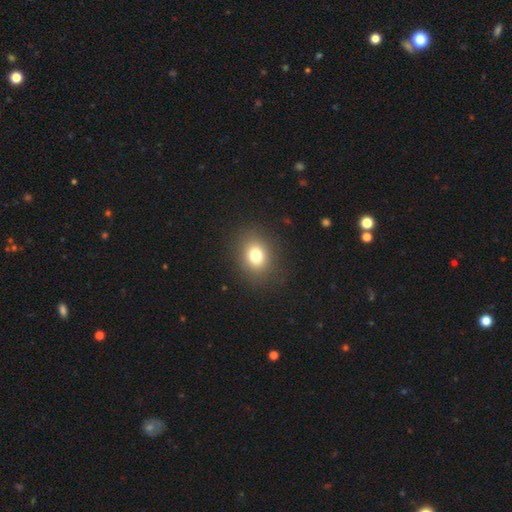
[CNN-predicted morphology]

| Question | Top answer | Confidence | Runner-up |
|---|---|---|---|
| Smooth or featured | smooth | 78% | star or artifact (13%) |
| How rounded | in between | 51% | round (48%) |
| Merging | none | 87% | minor disturbance (8%) |